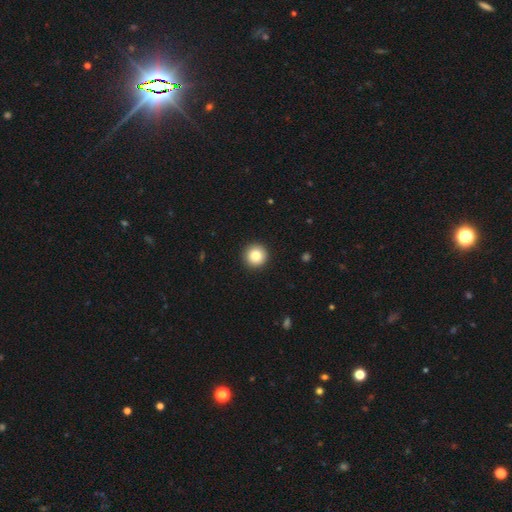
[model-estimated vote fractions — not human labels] A smooth galaxy with no disk features (84%) that is round (96%). Merging: none (93%).